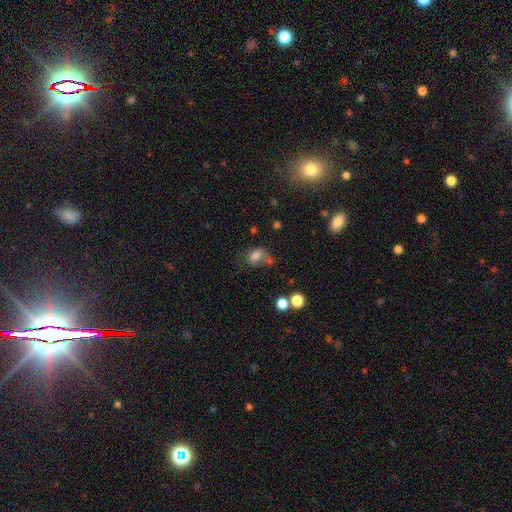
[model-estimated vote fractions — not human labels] The model was most divided on "merging": none: 43%, minor disturbance: 23%, merger: 21%, major disturbance: 13%. More confident: smooth or featured — smooth (77%); how rounded — in between (62%).